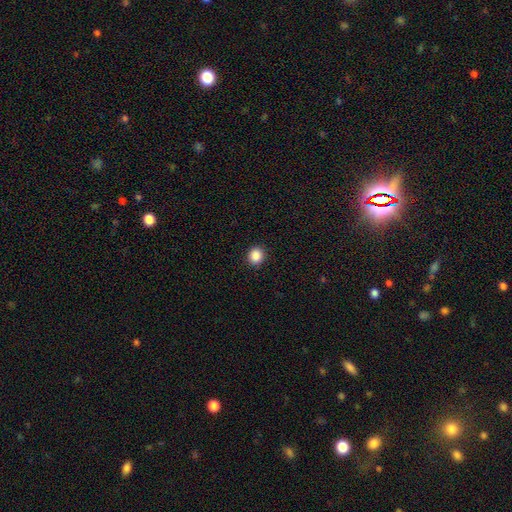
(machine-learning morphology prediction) Smooth or featured? smooth (88%)
How rounded? round (84%)
Merging? none (92%)